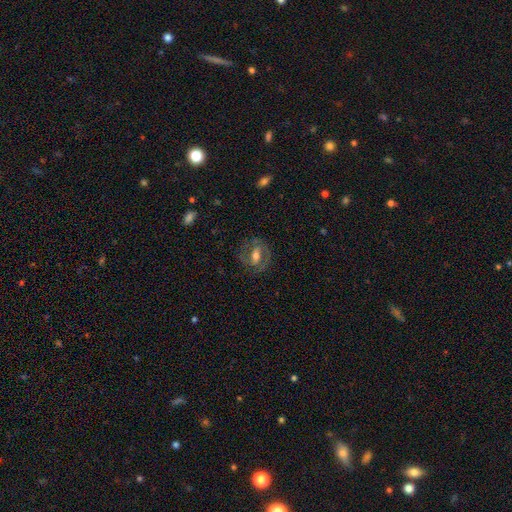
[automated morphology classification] Overall: featured or disk (67%). Edge-on disk: no (94%). Bar: weak (41%; strong 34%). Spiral arms: yes (74%). Bulge size: moderate (65%). Merging: none (76%).